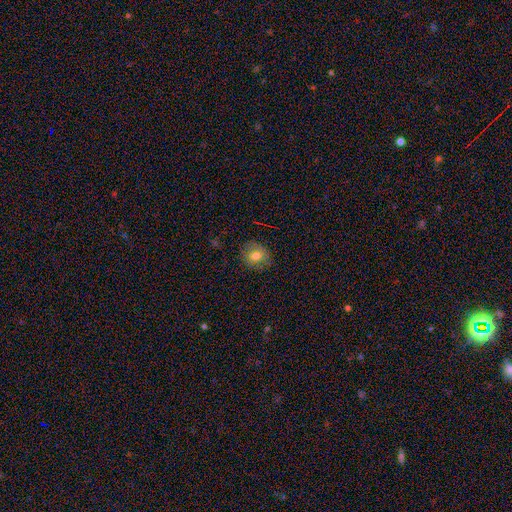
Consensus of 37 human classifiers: Morphology: type=smooth (81%); roundness=round (87%); merging=none (86%).